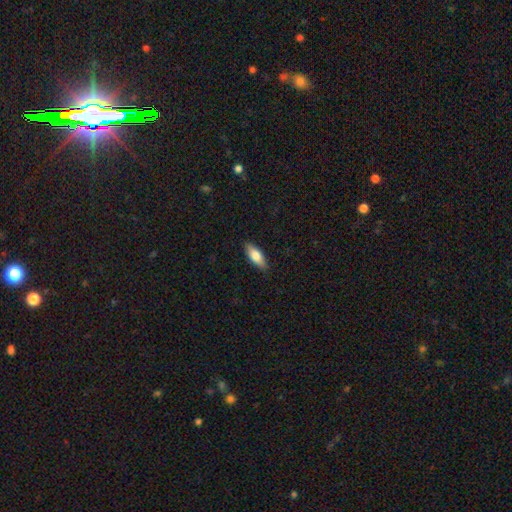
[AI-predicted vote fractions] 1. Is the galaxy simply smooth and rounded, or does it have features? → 76% smooth, 19% featured or disk, 6% star or artifact.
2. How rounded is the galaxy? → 72% in between, 25% cigar-shaped, 2% round.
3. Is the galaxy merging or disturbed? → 87% none, 10% minor disturbance, 2% major disturbance, 1% merger.